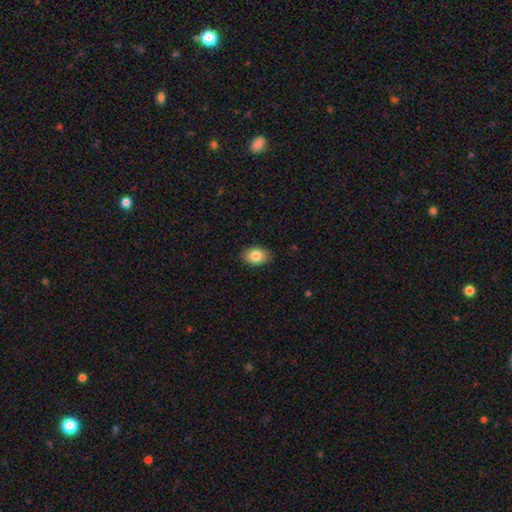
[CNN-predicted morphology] A smooth galaxy with no disk features (85%) that is in between round and cigar-shaped (78%). Merging: none (88%).